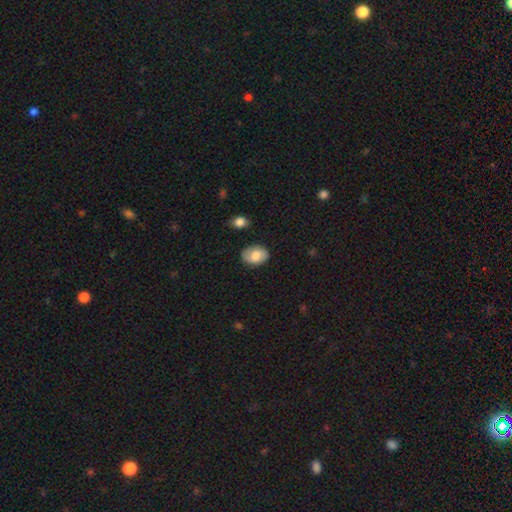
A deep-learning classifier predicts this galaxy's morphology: type=smooth (69%); roundness=in between (77%); merging=none (81%).